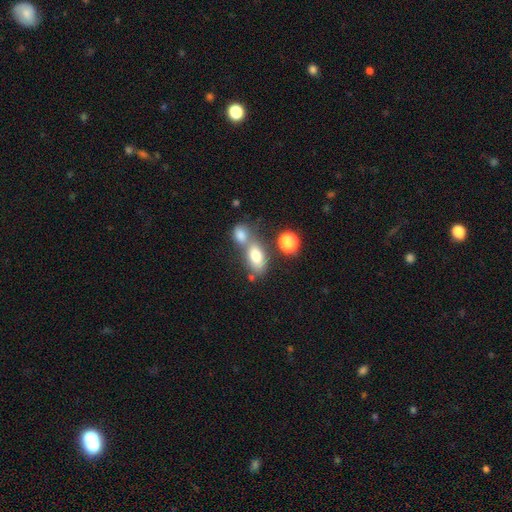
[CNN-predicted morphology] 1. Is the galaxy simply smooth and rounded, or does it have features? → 76% smooth, 14% featured or disk, 10% star or artifact.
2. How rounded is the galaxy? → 85% in between, 10% round, 4% cigar-shaped.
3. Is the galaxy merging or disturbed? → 45% merger, 39% none, 11% minor disturbance, 5% major disturbance.